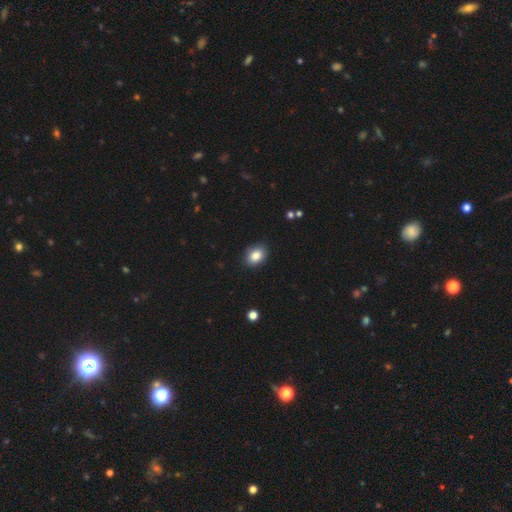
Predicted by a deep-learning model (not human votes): This is clearly a smooth galaxy (86%). How rounded: likely in between (67%). Merging: clearly none (88%).